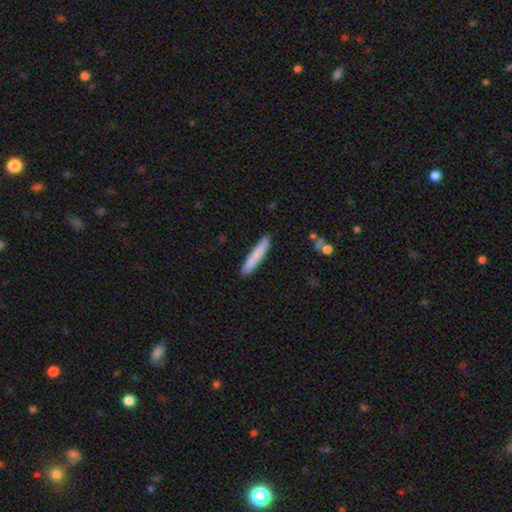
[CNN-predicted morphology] Smooth or featured?
  - smooth: 80% *
  - featured or disk: 14%
  - star or artifact: 6%
How rounded?
  - cigar-shaped: 95% *
  - in between: 4%
  - round: 1%
Merging?
  - none: 91% *
  - minor disturbance: 7%
  - major disturbance: 1%
  - merger: 1%